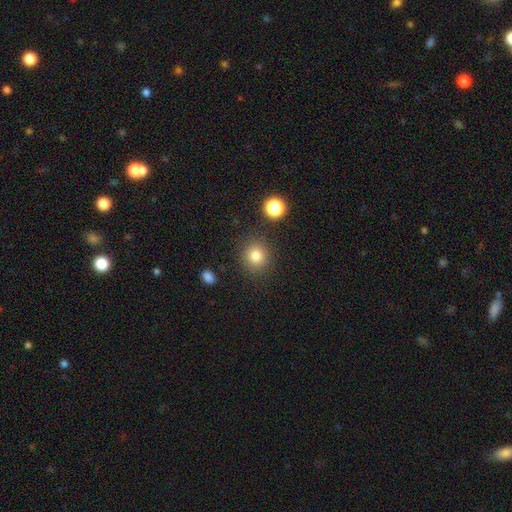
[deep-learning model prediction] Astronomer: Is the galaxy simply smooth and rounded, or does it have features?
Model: smooth — 81%.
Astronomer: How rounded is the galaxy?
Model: round — 90%.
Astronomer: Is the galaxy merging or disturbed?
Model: none — 87%.